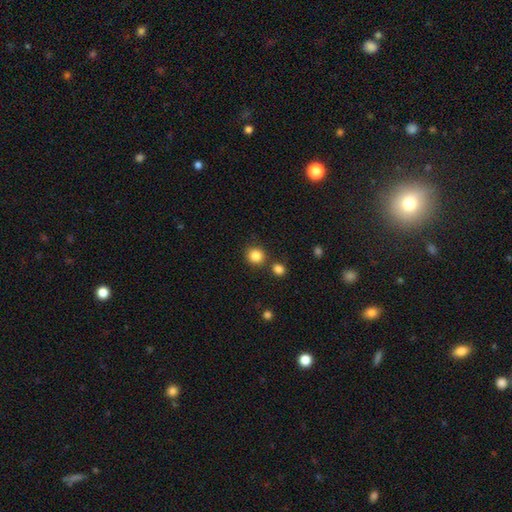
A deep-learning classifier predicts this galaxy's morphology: A smooth galaxy with no disk features (85%) that is round (90%). Merging: none (80%).